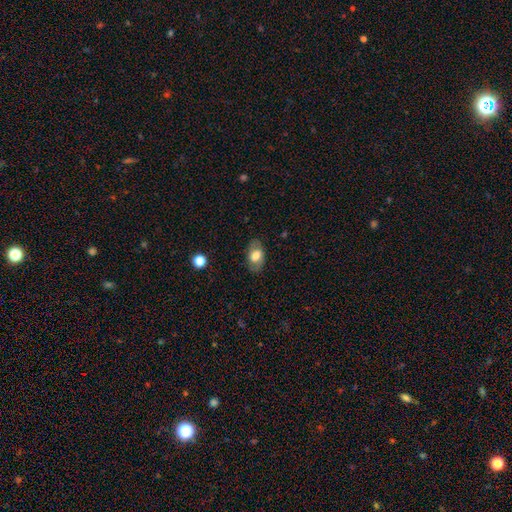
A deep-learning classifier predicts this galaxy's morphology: A smooth galaxy with no disk features (67%) that is in between round and cigar-shaped (88%).

Vote fractions:
- Smooth or featured? smooth: 67% / featured or disk: 26% / star or artifact: 7%
- How rounded? in between: 88% / round: 10% / cigar-shaped: 1%
- Merging? none: 81% / minor disturbance: 14% / major disturbance: 4% / merger: 1%